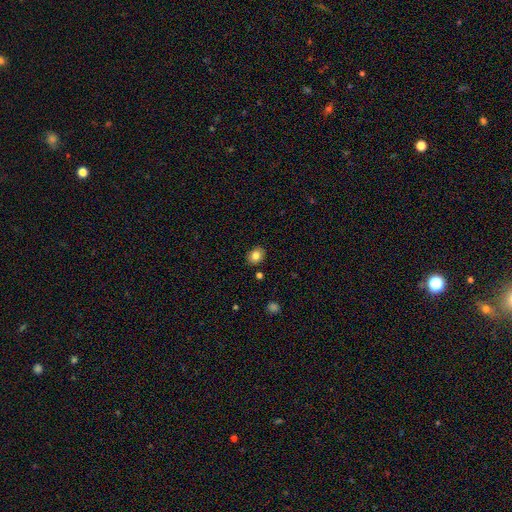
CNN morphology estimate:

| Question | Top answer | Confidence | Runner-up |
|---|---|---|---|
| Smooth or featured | smooth | 82% | star or artifact (10%) |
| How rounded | in between | 50% | round (49%) |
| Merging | none | 87% | minor disturbance (9%) |